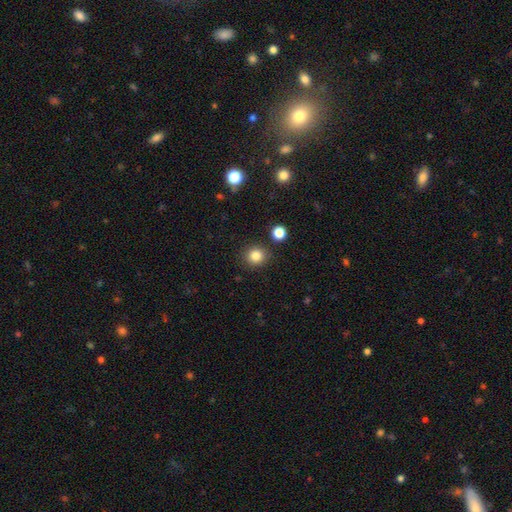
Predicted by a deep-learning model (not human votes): A smooth galaxy with no disk features (84%) that is round (88%). Merging: none (88%).